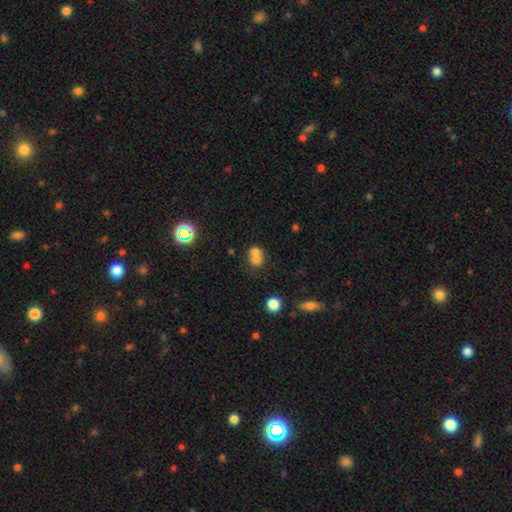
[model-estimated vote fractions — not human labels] A smooth galaxy with no disk features (68%) that is round (65%).

Vote fractions:
- Smooth or featured? smooth: 68% / featured or disk: 18% / star or artifact: 14%
- How rounded? round: 65% / in between: 34% / cigar-shaped: 1%
- Merging? merger: 60% / none: 29% / minor disturbance: 7% / major disturbance: 4%